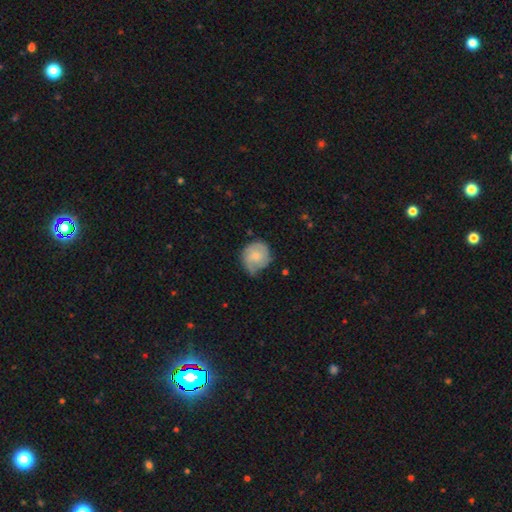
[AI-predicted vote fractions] Q: Smooth or featured?
A: smooth (56%); runner-up: featured or disk (37%)
Q: How rounded?
A: round (79%); runner-up: in between (20%)
Q: Merging?
A: none (48%); runner-up: minor disturbance (37%)